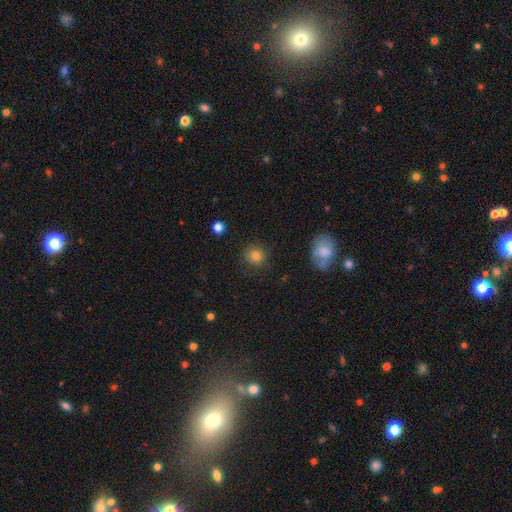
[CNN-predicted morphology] Smooth or featured: smooth — 81% (star or artifact — 12%)
How rounded: round — 87% (in between — 12%)
Merging: none — 83% (minor disturbance — 11%)